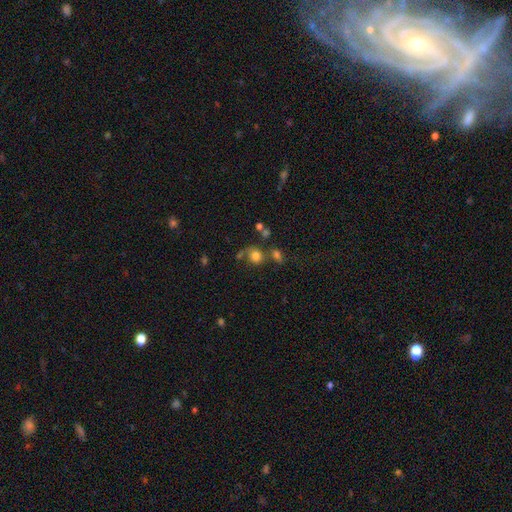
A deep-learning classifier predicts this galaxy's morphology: Smooth or featured: smooth — 75% (star or artifact — 13%)
How rounded: round — 79% (in between — 20%)
Merging: none — 50% (merger — 23%)